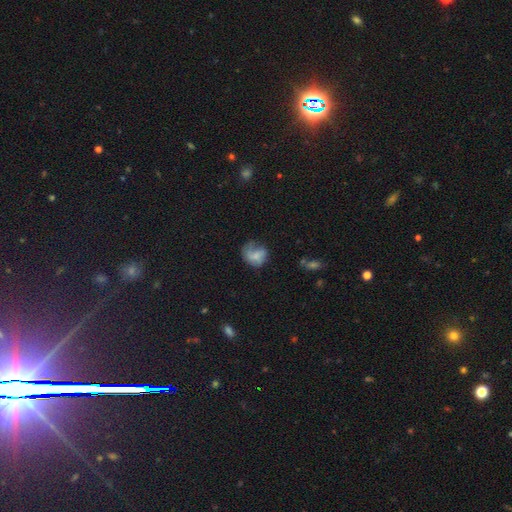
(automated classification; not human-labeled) Overall: smooth (61%; featured or disk 28%). How rounded: round (55%; in between 44%). Merging: none (34%; major disturbance 33%).